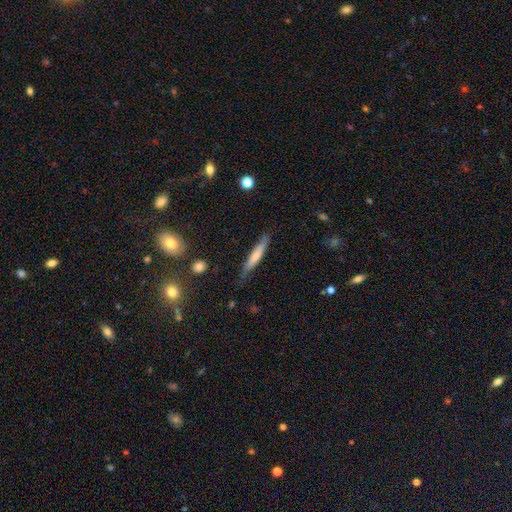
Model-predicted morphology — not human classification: smooth 59%, featured or disk 35%, star or artifact 6%. Down the decision tree: how rounded — cigar-shaped (92%); merging — none (77%).